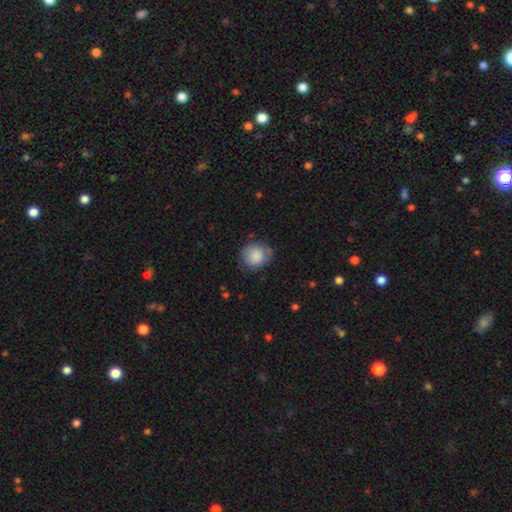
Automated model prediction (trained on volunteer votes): Smooth or featured: smooth — 86% (star or artifact — 8%)
How rounded: round — 81% (in between — 18%)
Merging: none — 75% (minor disturbance — 18%)